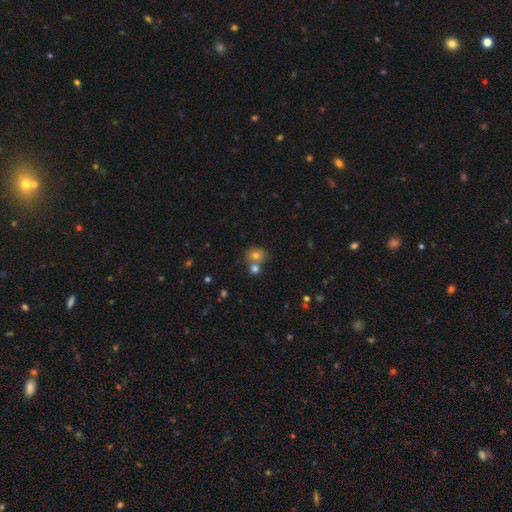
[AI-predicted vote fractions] This appears to be a smooth galaxy with no disk features (75%) that is round (71%). Merging: none (48%).